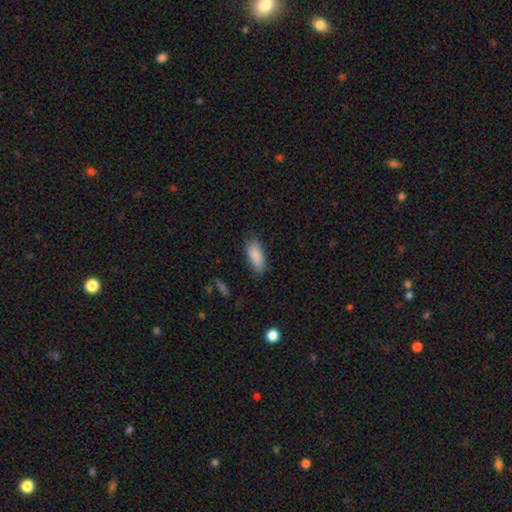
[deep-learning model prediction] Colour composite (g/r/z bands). It shows a smooth galaxy with no disk features (88%) that is in between round and cigar-shaped (84%). Merging: none (80%).